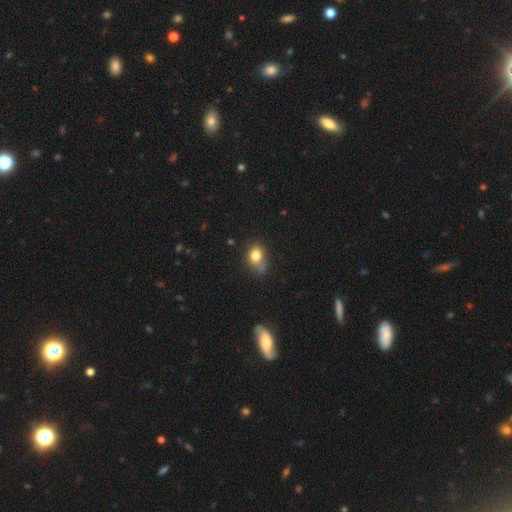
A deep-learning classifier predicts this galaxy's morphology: smooth-or-featured: smooth: 79% | star or artifact: 11% | featured or disk: 11%
  how-rounded: in between: 53% | round: 46% | cigar-shaped: 1%
  merging: none: 50% | minor disturbance: 31% | major disturbance: 11% | merger: 8%